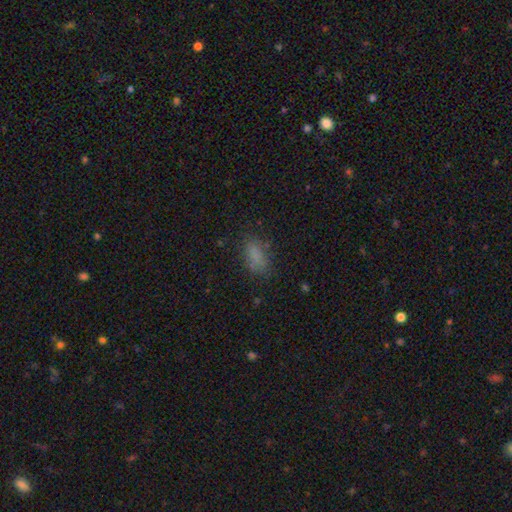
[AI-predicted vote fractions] A smooth galaxy with no disk features (78%) that is in between round and cigar-shaped (86%).

Vote fractions:
- Smooth or featured? smooth: 78% / star or artifact: 14% / featured or disk: 8%
- How rounded? in between: 86% / cigar-shaped: 8% / round: 6%
- Merging? none: 70% / minor disturbance: 19% / major disturbance: 9% / merger: 2%